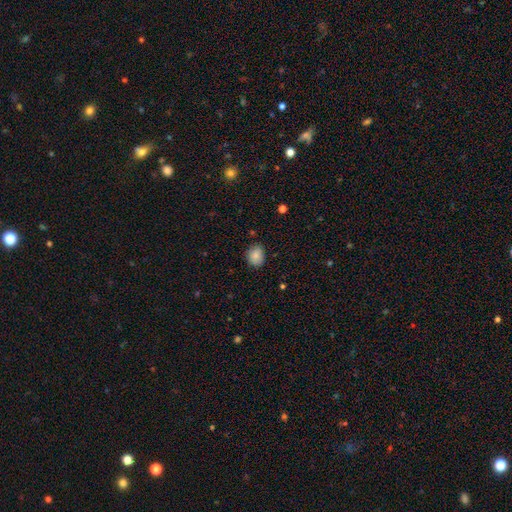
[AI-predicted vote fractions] smooth_or_featured: smooth (p=0.83) [alt: star or artifact p=0.09]
how_rounded: round (p=0.59) [alt: in between p=0.40]
merging: none (p=0.79) [alt: minor disturbance p=0.17]